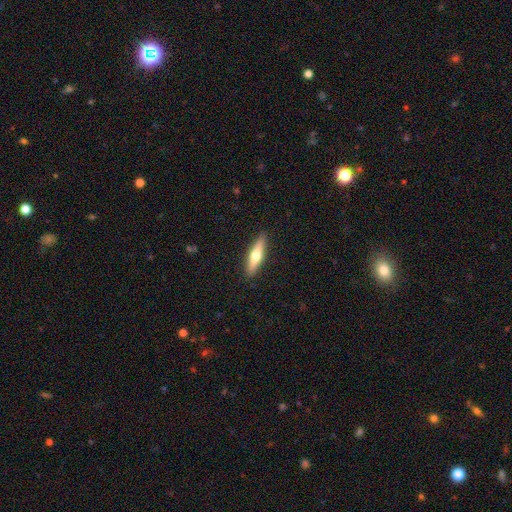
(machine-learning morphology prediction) smooth-or-featured: smooth: 49% | featured or disk: 45% | star or artifact: 5%
  merging: none: 90% | minor disturbance: 7% | major disturbance: 2% | merger: 1%